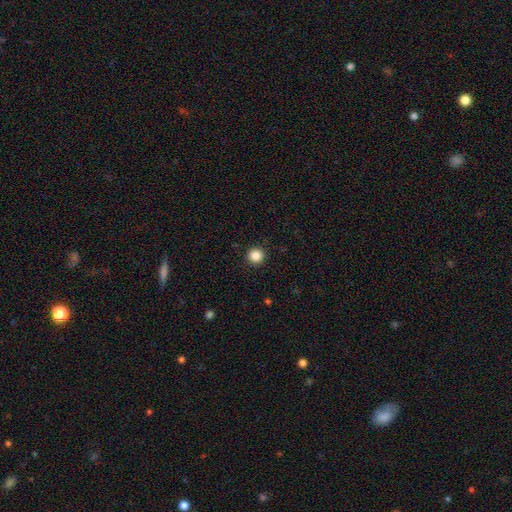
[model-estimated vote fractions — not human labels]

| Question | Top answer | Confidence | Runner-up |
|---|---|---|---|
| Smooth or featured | smooth | 86% | star or artifact (11%) |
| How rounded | round | 95% | in between (4%) |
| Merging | none | 92% | minor disturbance (5%) |